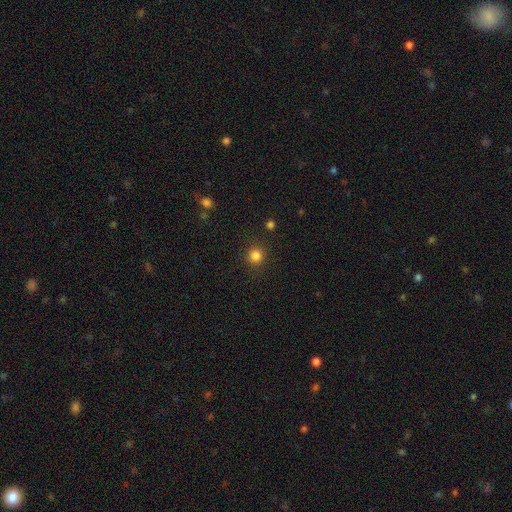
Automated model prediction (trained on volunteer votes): Smooth or featured?
  - smooth: 83% *
  - star or artifact: 13%
  - featured or disk: 4%
How rounded?
  - round: 93% *
  - in between: 6%
  - cigar-shaped: 1%
Merging?
  - none: 89% *
  - minor disturbance: 7%
  - major disturbance: 3%
  - merger: 2%